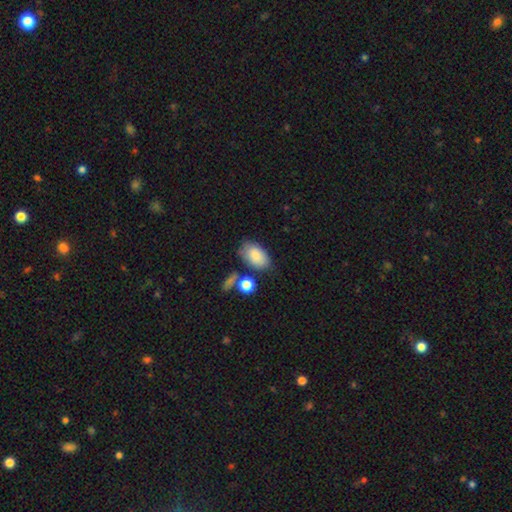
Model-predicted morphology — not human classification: The model was most divided on "merging": none: 63%, minor disturbance: 19%, merger: 11%, major disturbance: 6%. More confident: how rounded — in between (92%); smooth or featured — smooth (83%).